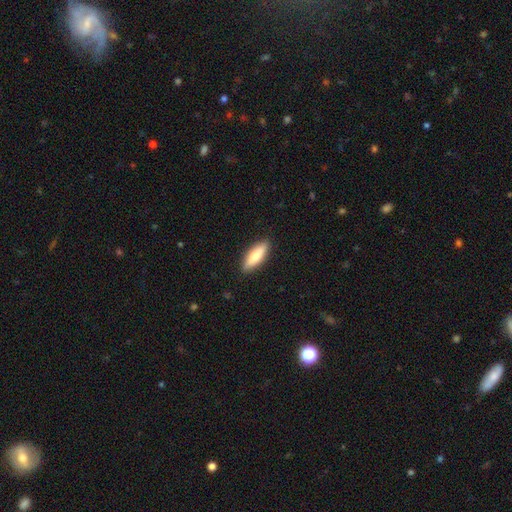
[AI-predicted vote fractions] Overall: smooth (70%). How rounded: cigar-shaped (53%; in between 46%). Merging: none (89%).